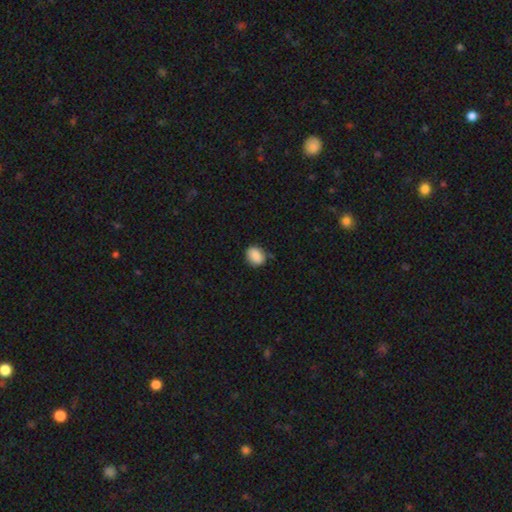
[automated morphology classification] A smooth galaxy with no disk features (86%) that is round (51%).

Vote fractions:
- Smooth or featured? smooth: 86% / star or artifact: 8% / featured or disk: 6%
- How rounded? round: 51% / in between: 48% / cigar-shaped: 1%
- Merging? none: 74% / minor disturbance: 20% / major disturbance: 4% / merger: 2%